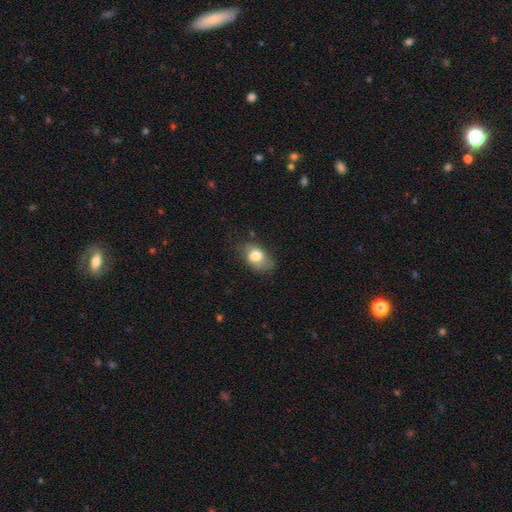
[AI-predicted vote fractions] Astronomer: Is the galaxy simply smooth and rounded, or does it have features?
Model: smooth — 77%.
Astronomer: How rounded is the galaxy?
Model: in between — 83%.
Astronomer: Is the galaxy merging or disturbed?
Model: none — 61%.